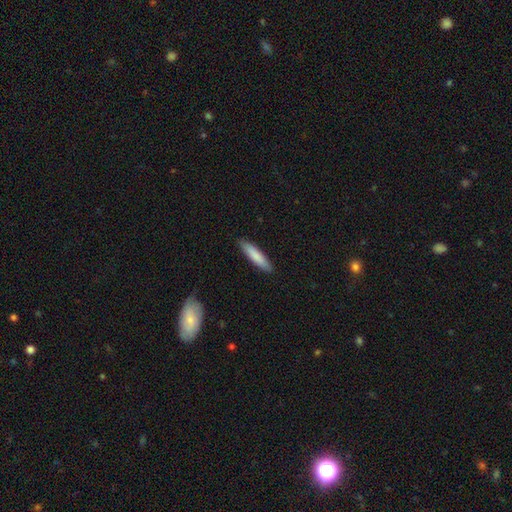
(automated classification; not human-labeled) This appears to be a smooth galaxy with no disk features (83%) that is cigar-shaped (81%). Merging: none (89%).